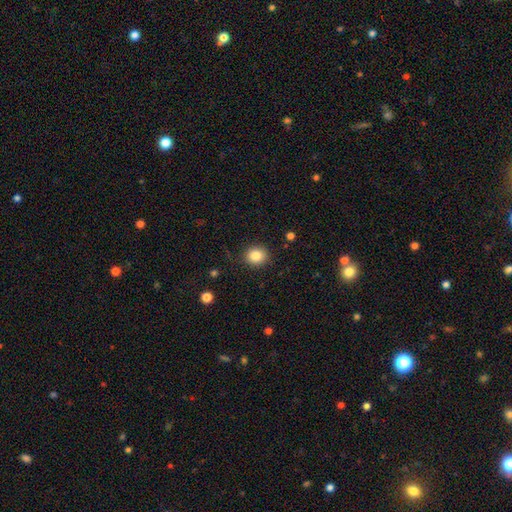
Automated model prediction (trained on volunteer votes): smooth-or-featured: smooth: 84% | star or artifact: 10% | featured or disk: 6%
  how-rounded: round: 81% | in between: 18% | cigar-shaped: 1%
  merging: none: 88% | minor disturbance: 8% | major disturbance: 2% | merger: 1%